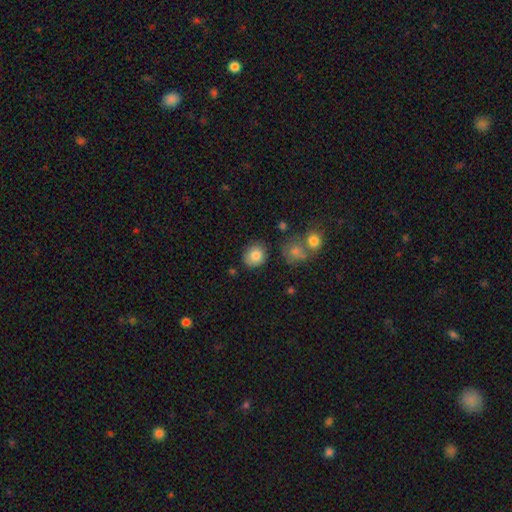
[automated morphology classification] This appears to be a smooth galaxy with no disk features (83%) that is round (72%). Merging: none (81%).